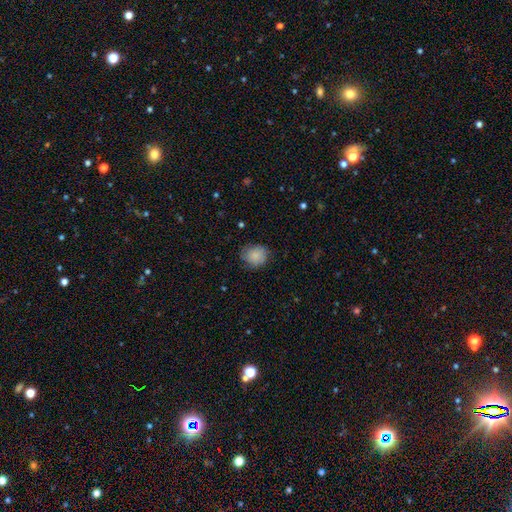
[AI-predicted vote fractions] Smooth or featured: smooth — 86% (star or artifact — 7%)
How rounded: round — 71% (in between — 28%)
Merging: none — 75% (minor disturbance — 20%)